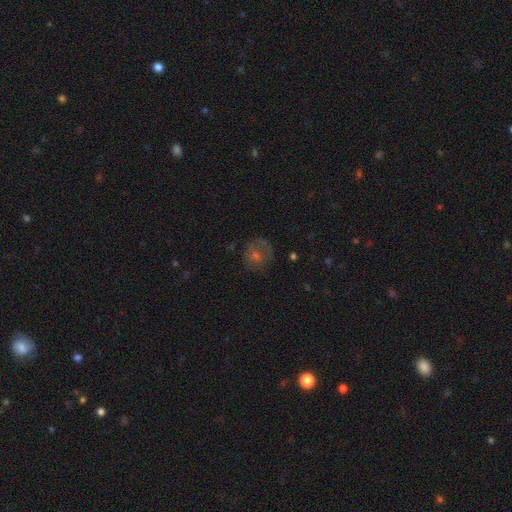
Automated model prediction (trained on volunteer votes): This appears to be a smooth galaxy with no disk features (49%). Merging: none (63%).